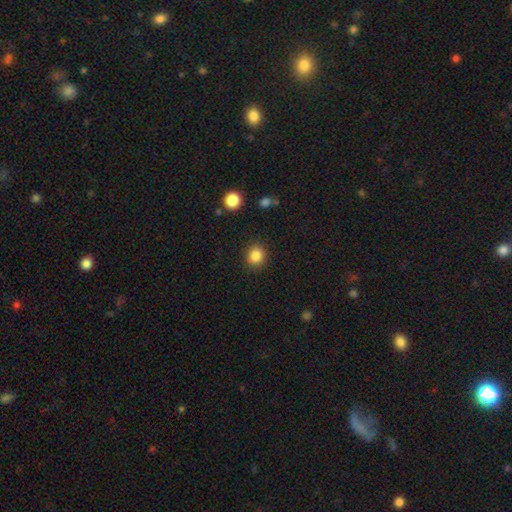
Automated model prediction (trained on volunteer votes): Q: Smooth or featured?
A: smooth (85%); runner-up: star or artifact (10%)
Q: How rounded?
A: round (84%); runner-up: in between (16%)
Q: Merging?
A: none (88%); runner-up: minor disturbance (8%)